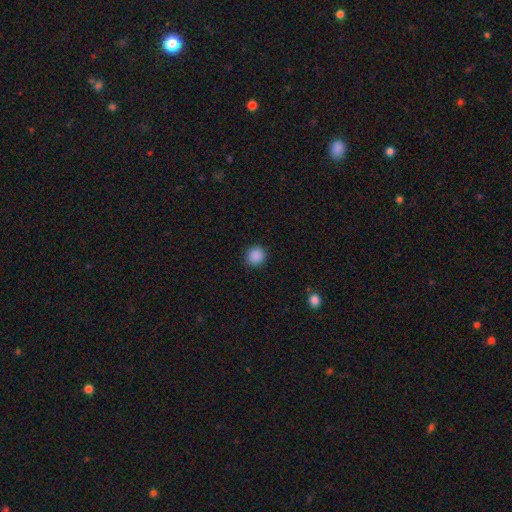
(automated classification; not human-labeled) smooth-or-featured: smooth: 88% | star or artifact: 9% | featured or disk: 2%
  how-rounded: round: 90% | in between: 9% | cigar-shaped: 1%
  merging: none: 91% | minor disturbance: 6% | major disturbance: 2% | merger: 1%